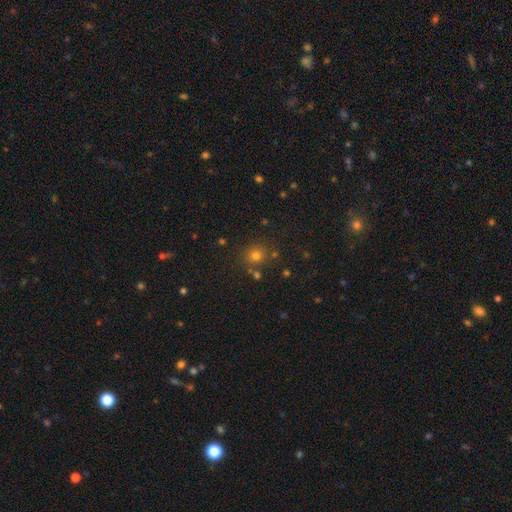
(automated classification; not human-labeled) A smooth galaxy with no disk features (72%) that is round (89%).

Vote fractions:
- Smooth or featured? smooth: 72% / star or artifact: 21% / featured or disk: 7%
- How rounded? round: 89% / in between: 10% / cigar-shaped: 1%
- Merging? none: 80% / minor disturbance: 9% / merger: 8% / major disturbance: 3%